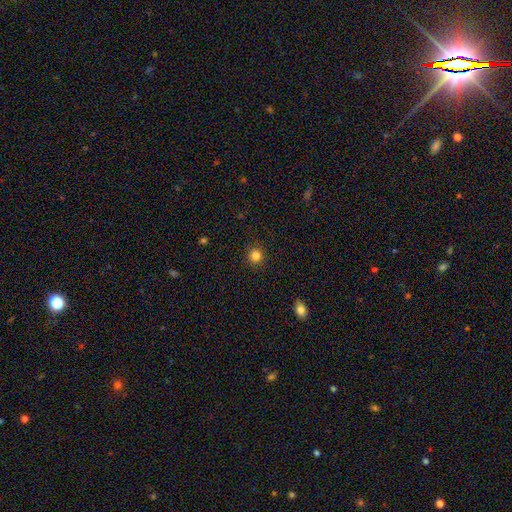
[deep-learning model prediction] The model was most divided on "smooth or featured": smooth: 83%, star or artifact: 12%, featured or disk: 4%. More confident: how rounded — round (93%); merging — none (91%).